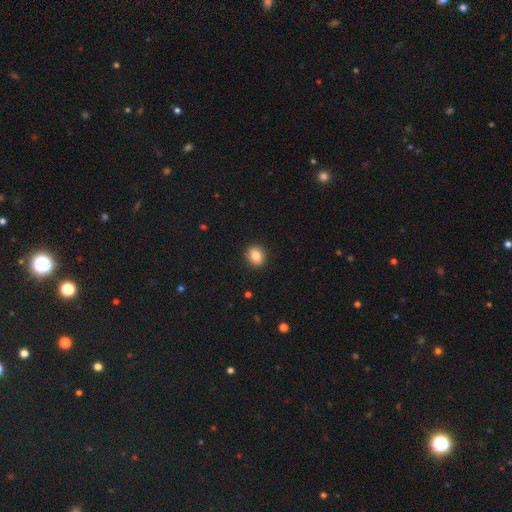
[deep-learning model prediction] Smooth or featured? smooth (86%)
How rounded? round (60%)
Merging? none (91%)